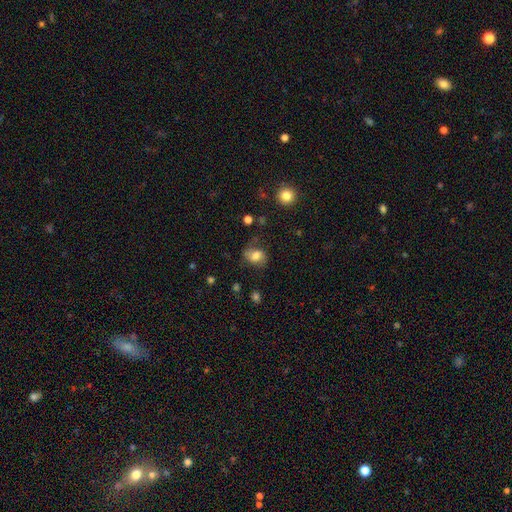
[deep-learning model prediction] smooth-or-featured: smooth: 68% | featured or disk: 22% | star or artifact: 10%
  how-rounded: in between: 61% | round: 37% | cigar-shaped: 1%
  merging: none: 61% | minor disturbance: 24% | major disturbance: 12% | merger: 3%